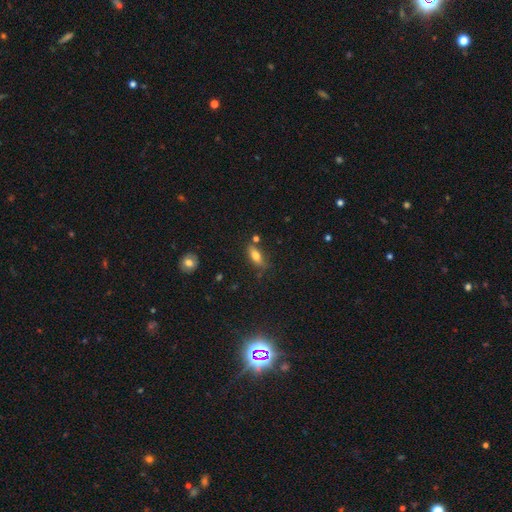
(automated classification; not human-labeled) Smooth or featured?
  - smooth: 74% *
  - featured or disk: 18%
  - star or artifact: 9%
How rounded?
  - in between: 78% *
  - cigar-shaped: 18%
  - round: 4%
Merging?
  - none: 69% *
  - minor disturbance: 19%
  - merger: 7%
  - major disturbance: 5%